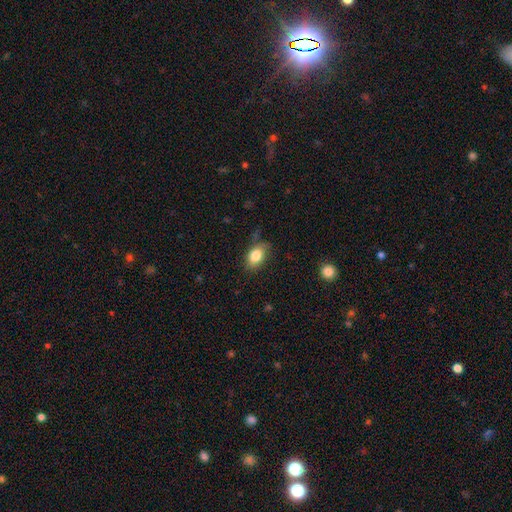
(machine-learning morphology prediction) Overall: smooth (83%). How rounded: in between (81%). Merging: none (70%).